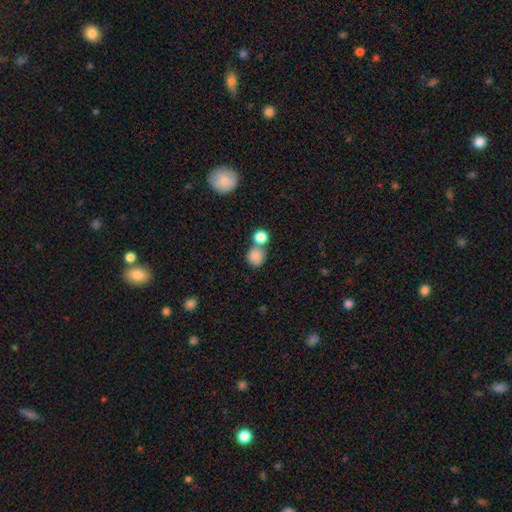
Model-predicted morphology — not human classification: A smooth galaxy with no disk features (84%) that is round (82%).

Vote fractions:
- Smooth or featured? smooth: 84% / star or artifact: 10% / featured or disk: 6%
- How rounded? round: 82% / in between: 17% / cigar-shaped: 1%
- Merging? none: 53% / merger: 33% / minor disturbance: 10% / major disturbance: 4%